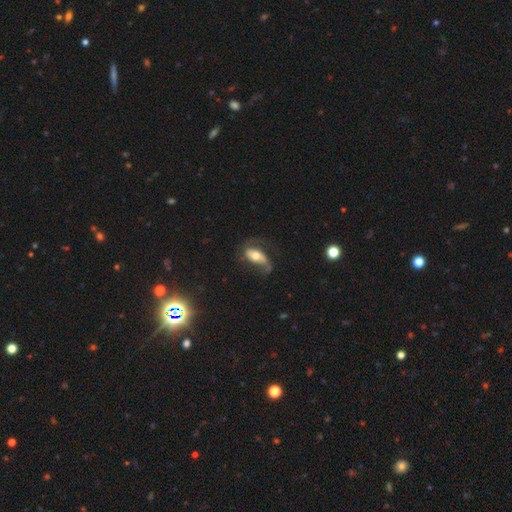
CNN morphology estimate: Overall: featured or disk (57%; smooth 36%). Edge-on disk: no (88%). Merging: none (42%; major disturbance 31%).